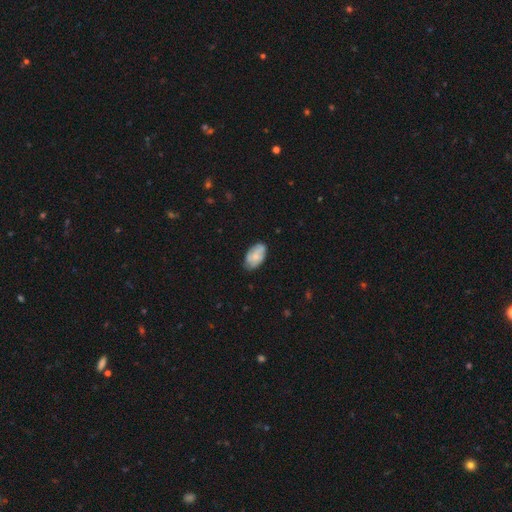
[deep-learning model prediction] smooth 56%, featured or disk 37%, star or artifact 7%. Down the decision tree: how rounded — in between (93%); merging — none (68%).